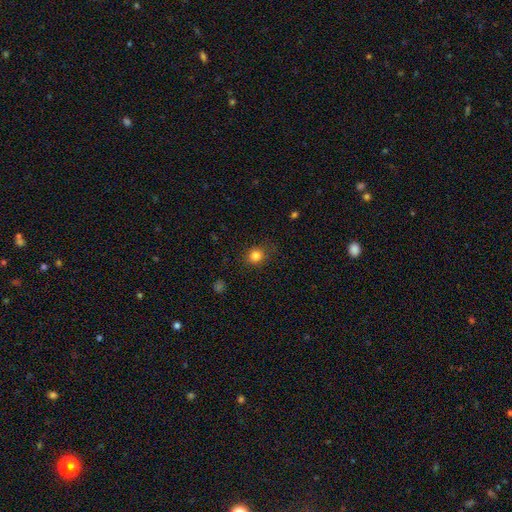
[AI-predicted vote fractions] smooth_or_featured: smooth (p=0.82) [alt: star or artifact p=0.13]
how_rounded: round (p=0.83) [alt: in between p=0.16]
merging: none (p=0.82) [alt: minor disturbance p=0.13]